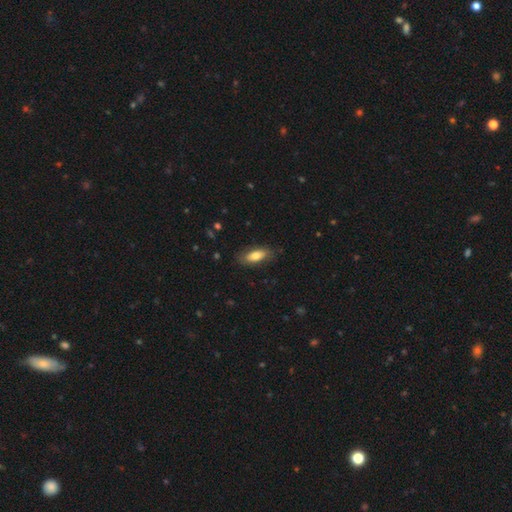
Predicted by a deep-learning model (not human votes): A smooth galaxy with no disk features (75%) that is in between round and cigar-shaped (79%). Merging: none (80%).